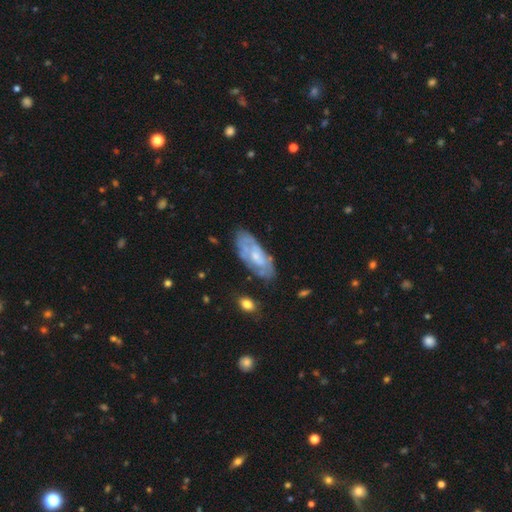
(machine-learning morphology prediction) type=featured or disk (63%); edge-on=no (89%); bar=no (70%); spiral arms=yes (61%); bulge=small (48%); merging=none (68%).